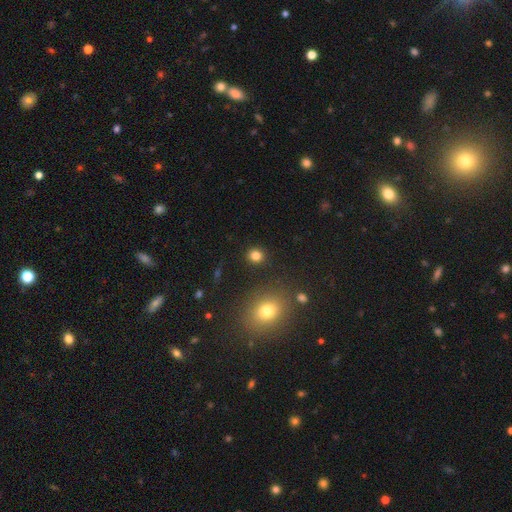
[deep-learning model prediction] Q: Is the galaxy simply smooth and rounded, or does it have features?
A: smooth — 82%.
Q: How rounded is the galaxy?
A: round — 85%.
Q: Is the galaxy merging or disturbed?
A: none — 90%.